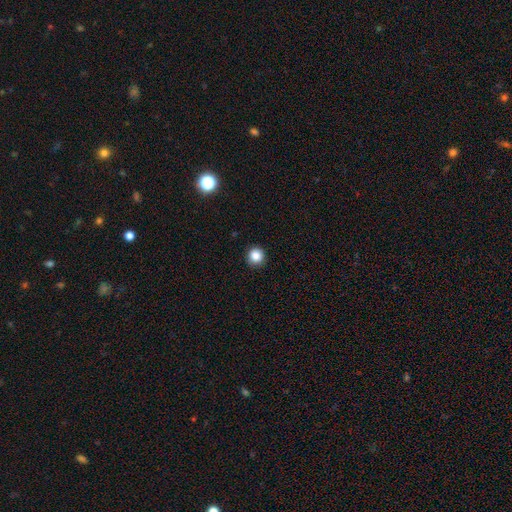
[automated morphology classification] Smooth or featured? smooth (87%)
How rounded? round (95%)
Merging? none (91%)